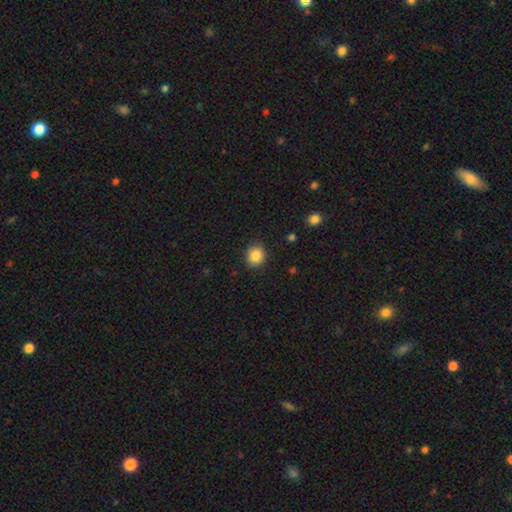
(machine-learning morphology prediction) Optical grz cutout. It shows a smooth galaxy with no disk features (85%) that is round (82%). Merging: none (88%).